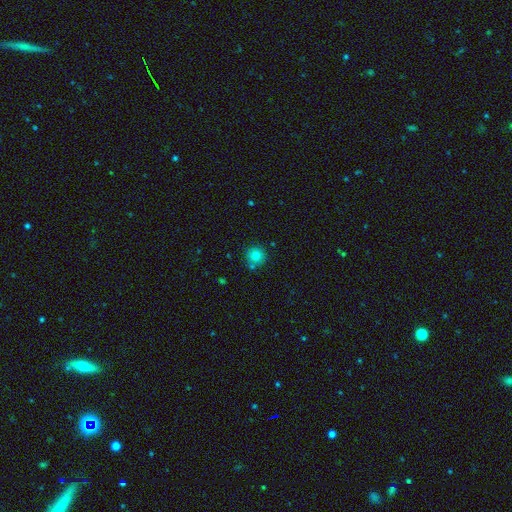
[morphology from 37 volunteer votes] A smooth galaxy with no disk features (86%) that is round (100%). Merging: none (71%).